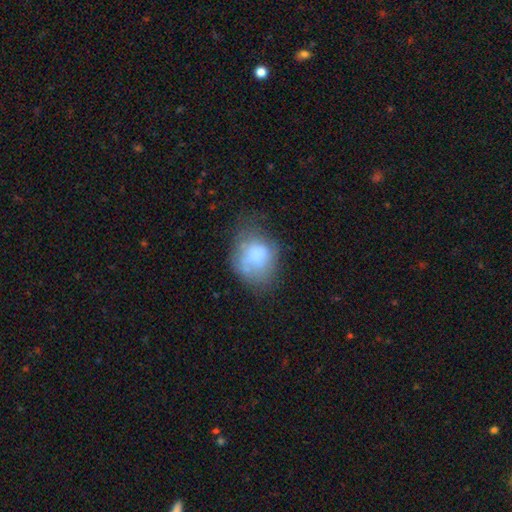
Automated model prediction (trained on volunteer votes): Smooth or featured: smooth — 63% (featured or disk — 26%)
How rounded: in between — 50% (round — 49%)
Merging: none — 39% (minor disturbance — 29%)